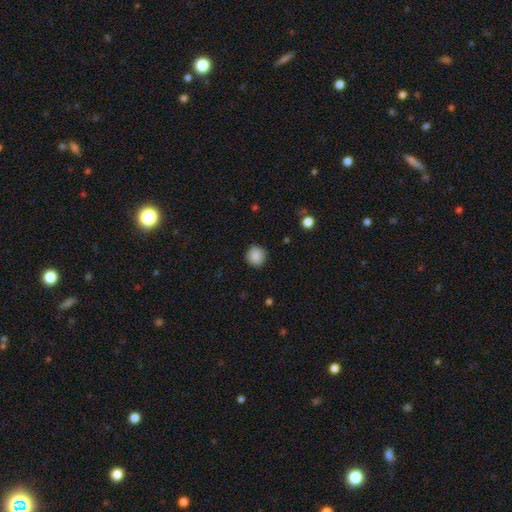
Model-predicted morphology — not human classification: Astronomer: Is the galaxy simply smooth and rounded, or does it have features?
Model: smooth — 88%.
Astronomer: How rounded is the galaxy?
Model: round — 92%.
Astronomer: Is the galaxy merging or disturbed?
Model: none — 89%.